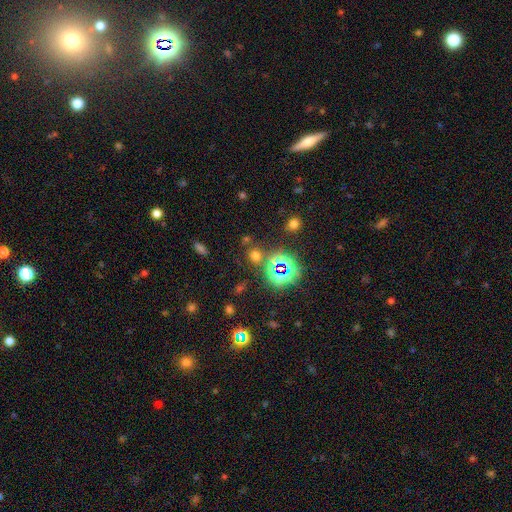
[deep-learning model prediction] Smooth or featured: smooth — 49% (star or artifact — 44%)
Merging: none — 76% (minor disturbance — 10%)